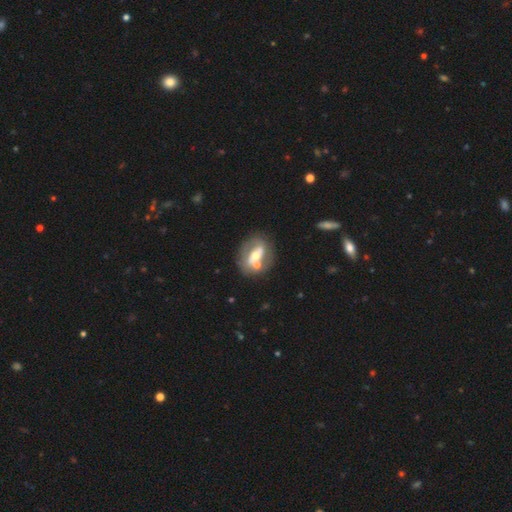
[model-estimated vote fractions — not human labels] This is likely a featured or disk galaxy (66%). It is clearly not viewed edge-on (91%). Bar: marginally strong (39%). Spiral arm pattern: possibly no (60%). Central bulge: likely moderate (63%). Merging: possibly none (56%).